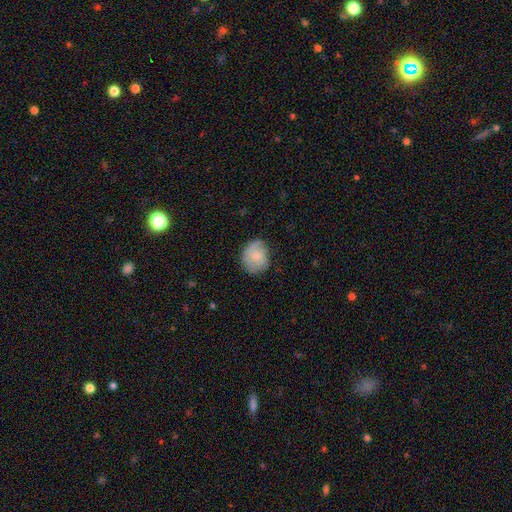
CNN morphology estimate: The model was most divided on "how rounded": round: 67%, in between: 32%, cigar-shaped: 1%. More confident: merging — none (69%); smooth or featured — smooth (67%).